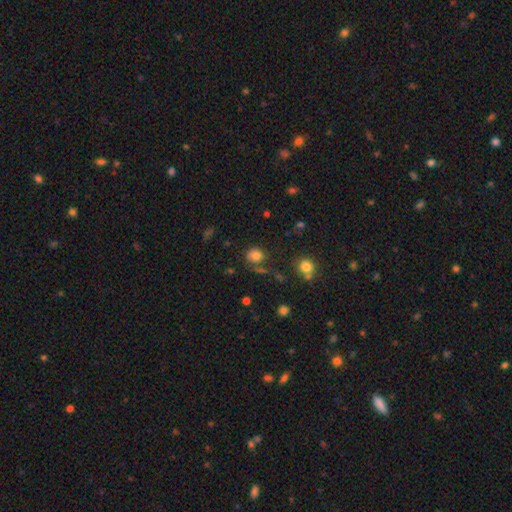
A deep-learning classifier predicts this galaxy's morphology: Smooth or featured? smooth (79%)
How rounded? round (74%)
Merging? none (68%)